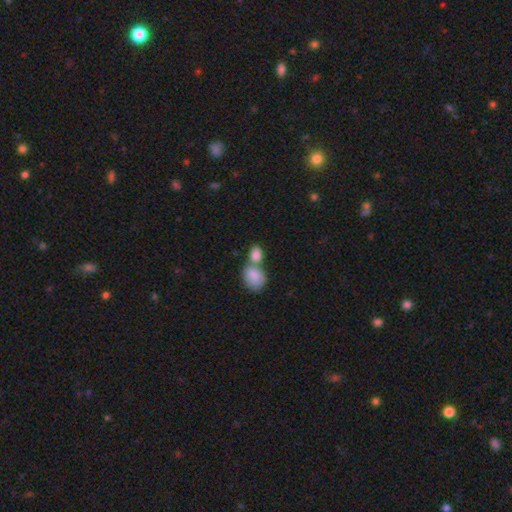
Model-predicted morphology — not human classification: smooth 86%, featured or disk 8%, star or artifact 6%. Down the decision tree: how rounded — in between (69%); merging — merger (62%).